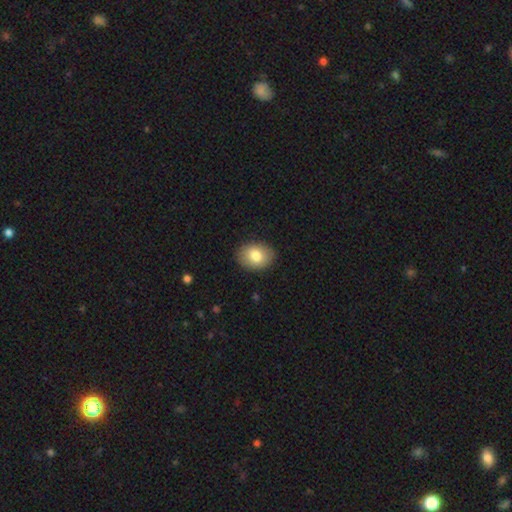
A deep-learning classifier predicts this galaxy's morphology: smooth_or_featured: smooth (p=0.81) [alt: featured or disk p=0.11]
how_rounded: in between (p=0.69) [alt: round p=0.30]
merging: none (p=0.88) [alt: minor disturbance p=0.09]